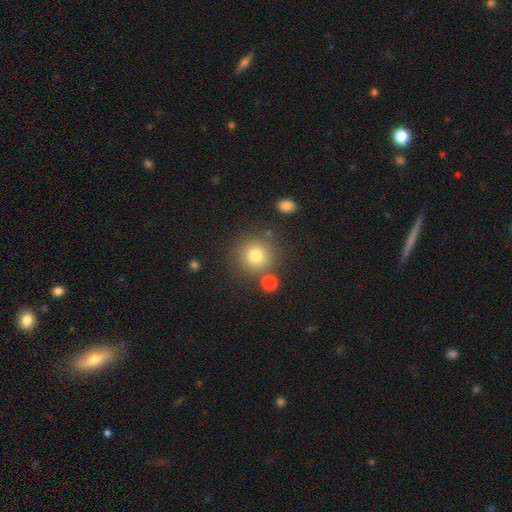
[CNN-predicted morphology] Overall: smooth (79%). How rounded: round (92%). Merging: none (78%).